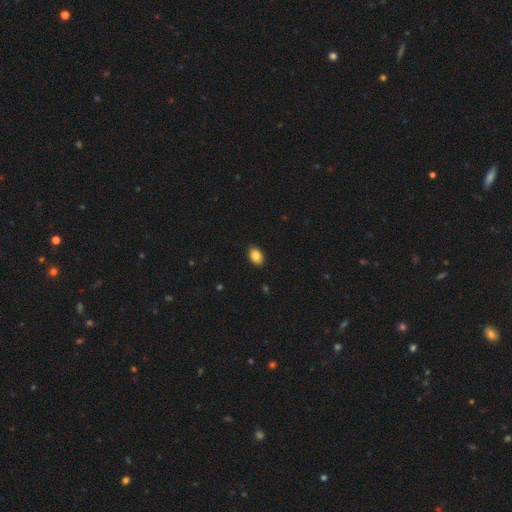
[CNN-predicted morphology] This appears to be a smooth galaxy with no disk features (86%) that is in between round and cigar-shaped (82%). Merging: none (90%).